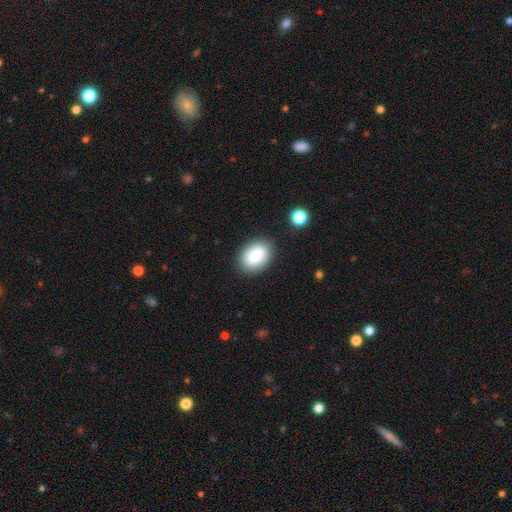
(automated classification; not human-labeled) Smooth or featured? smooth (84%)
How rounded? in between (83%)
Merging? none (86%)